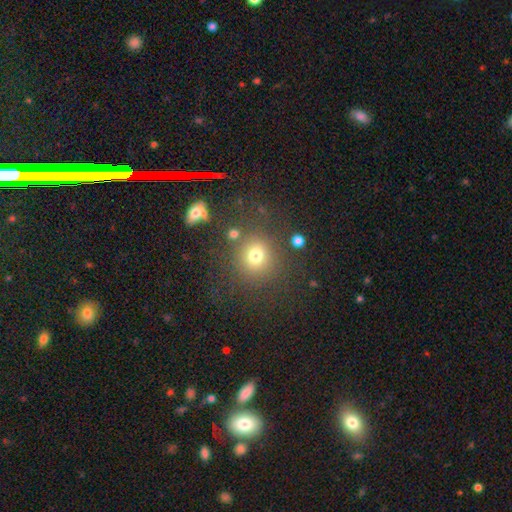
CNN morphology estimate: Smooth or featured? Predicted: smooth (p=0.74). How rounded? Predicted: round (p=0.88). Merging? Predicted: none (p=0.79).